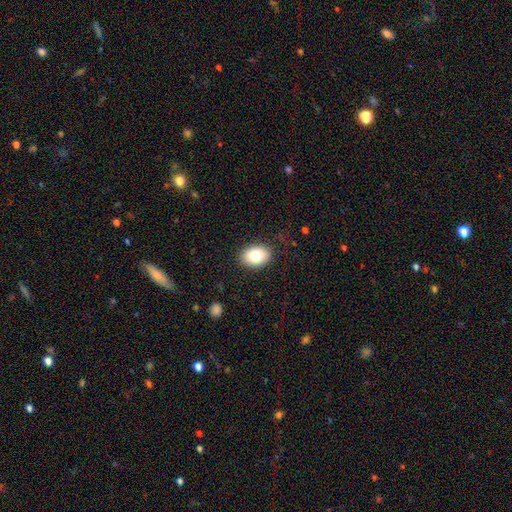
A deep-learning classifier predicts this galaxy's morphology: smooth-or-featured: smooth: 80% | featured or disk: 12% | star or artifact: 8%
  how-rounded: in between: 83% | round: 16% | cigar-shaped: 1%
  merging: none: 86% | minor disturbance: 10% | major disturbance: 3% | merger: 1%